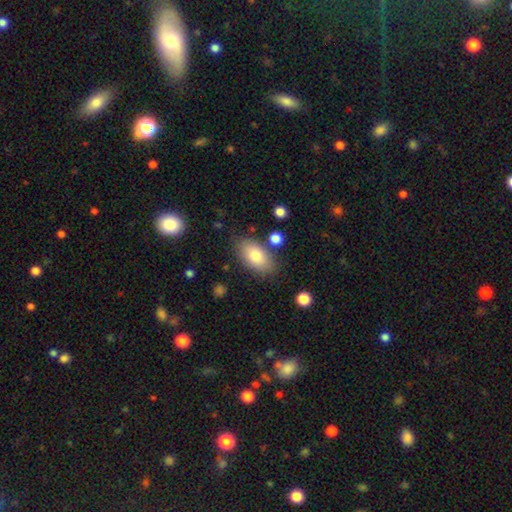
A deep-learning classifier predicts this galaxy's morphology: A smooth galaxy with no disk features (79%) that is in between round and cigar-shaped (92%). Merging: none (80%).